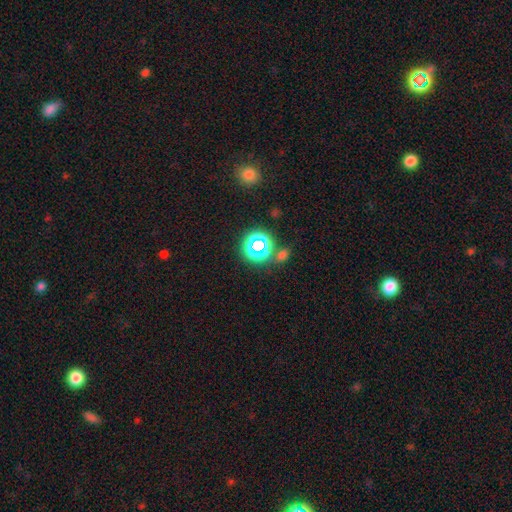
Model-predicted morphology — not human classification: Smooth or featured? smooth (50%)
Merging? none (84%)